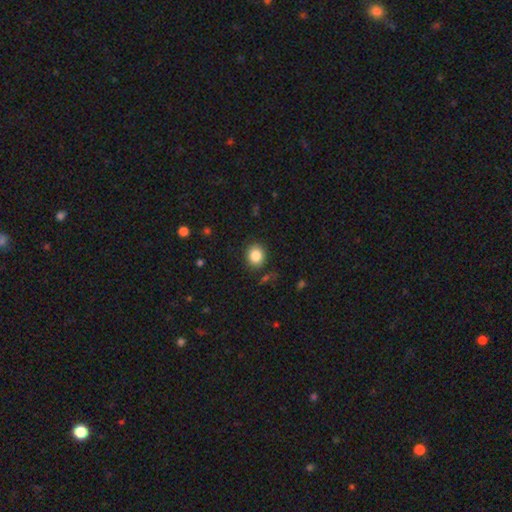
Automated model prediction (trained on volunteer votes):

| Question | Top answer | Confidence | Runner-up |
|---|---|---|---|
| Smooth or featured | smooth | 85% | star or artifact (10%) |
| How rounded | round | 75% | in between (25%) |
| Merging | none | 88% | minor disturbance (8%) |